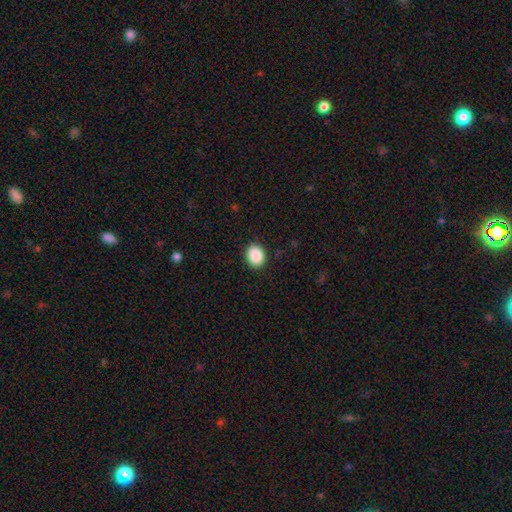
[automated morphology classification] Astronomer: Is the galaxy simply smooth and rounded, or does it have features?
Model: smooth — 89%.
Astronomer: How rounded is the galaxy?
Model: round — 50% (runner-up: in between, 49%).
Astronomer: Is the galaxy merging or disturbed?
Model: none — 90%.